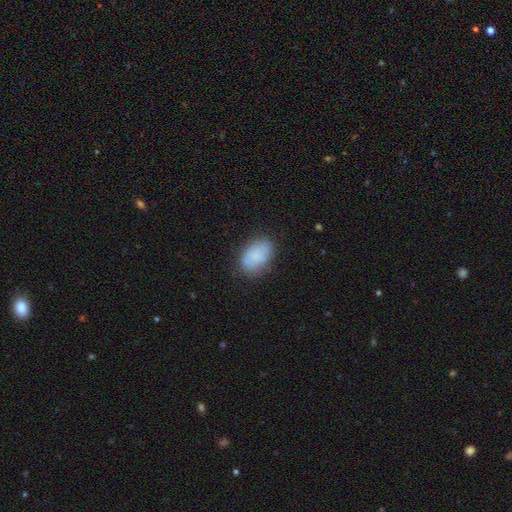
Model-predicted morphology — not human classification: The model was most divided on "merging": none: 75%, minor disturbance: 18%, major disturbance: 5%, merger: 2%. More confident: how rounded — in between (87%); smooth or featured — smooth (82%).